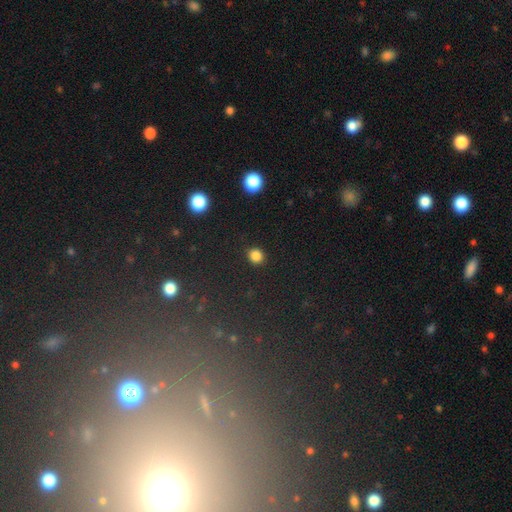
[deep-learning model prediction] A smooth galaxy with no disk features (85%) that is round (78%).

Vote fractions:
- Smooth or featured? smooth: 85% / star or artifact: 12% / featured or disk: 4%
- How rounded? round: 78% / in between: 21% / cigar-shaped: 1%
- Merging? none: 89% / minor disturbance: 7% / major disturbance: 2% / merger: 1%